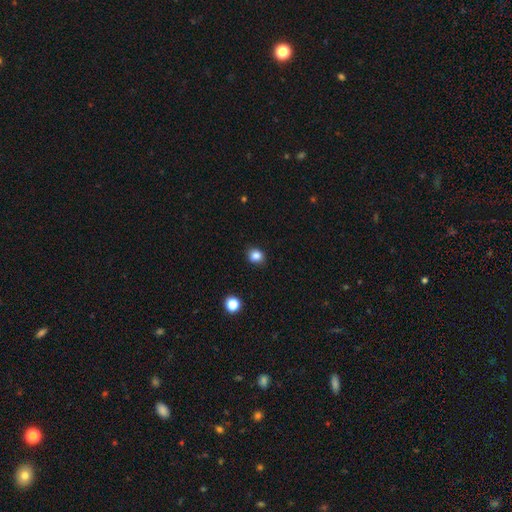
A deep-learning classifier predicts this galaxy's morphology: This appears to be a smooth galaxy with no disk features (84%) that is round (74%). Merging: none (89%).